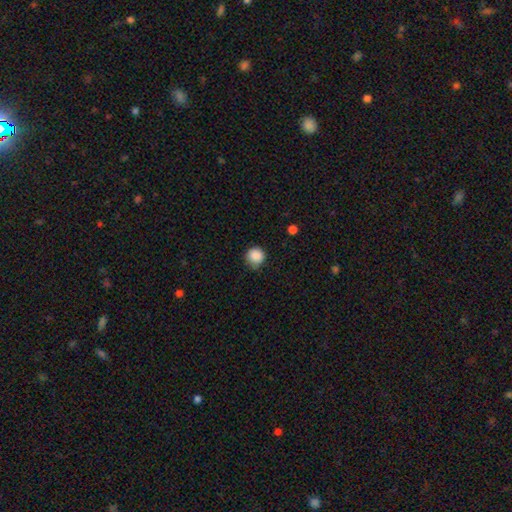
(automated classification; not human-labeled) Smooth or featured: smooth — 88% (star or artifact — 9%)
How rounded: round — 93% (in between — 6%)
Merging: none — 78% (minor disturbance — 17%)